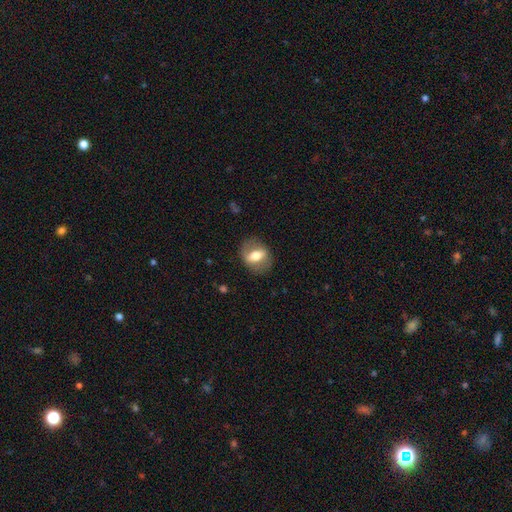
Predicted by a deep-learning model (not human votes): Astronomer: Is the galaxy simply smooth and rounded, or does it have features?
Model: featured or disk — 50% (runner-up: smooth, 43%).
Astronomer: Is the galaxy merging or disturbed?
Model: none — 81%.